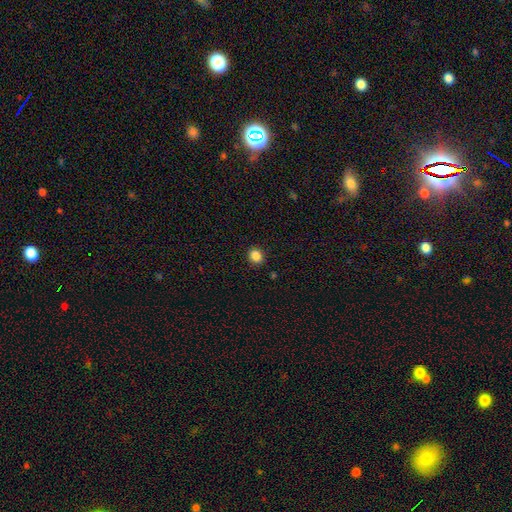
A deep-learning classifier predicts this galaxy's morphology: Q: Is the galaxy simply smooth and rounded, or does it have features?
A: smooth — 86%.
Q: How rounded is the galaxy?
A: round — 72%.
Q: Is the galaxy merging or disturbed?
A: none — 91%.